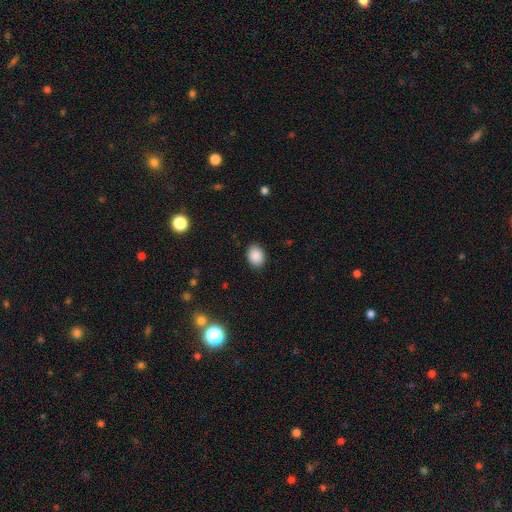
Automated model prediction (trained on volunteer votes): This is clearly a smooth galaxy (89%). How rounded: likely in between (60%). Merging: clearly none (89%).